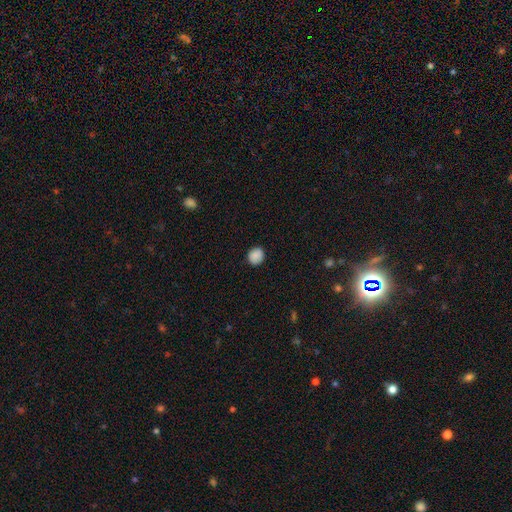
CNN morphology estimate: This appears to be a smooth galaxy with no disk features (88%) that is round (85%). Merging: none (90%).